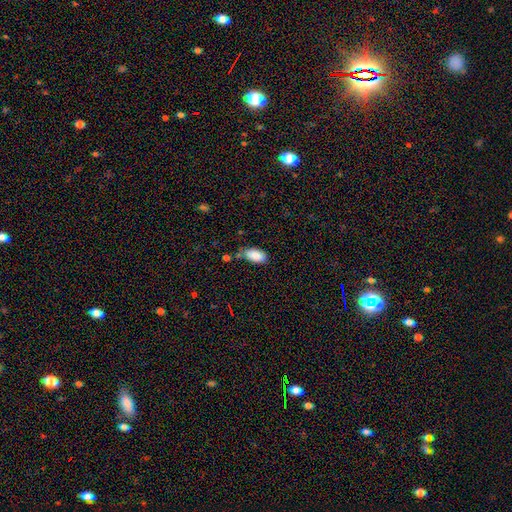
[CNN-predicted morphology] smooth_or_featured: smooth (p=0.87) [alt: star or artifact p=0.07]
how_rounded: in between (p=0.94) [alt: cigar-shaped p=0.03]
merging: none (p=0.67) [alt: minor disturbance p=0.21]